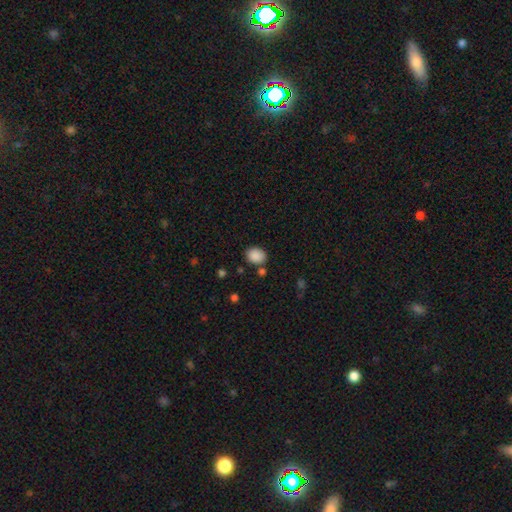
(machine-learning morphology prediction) A smooth galaxy with no disk features (88%) that is in between round and cigar-shaped (60%).

Vote fractions:
- Smooth or featured? smooth: 88% / star or artifact: 8% / featured or disk: 3%
- How rounded? in between: 60% / round: 39% / cigar-shaped: 1%
- Merging? none: 79% / minor disturbance: 12% / merger: 6% / major disturbance: 4%